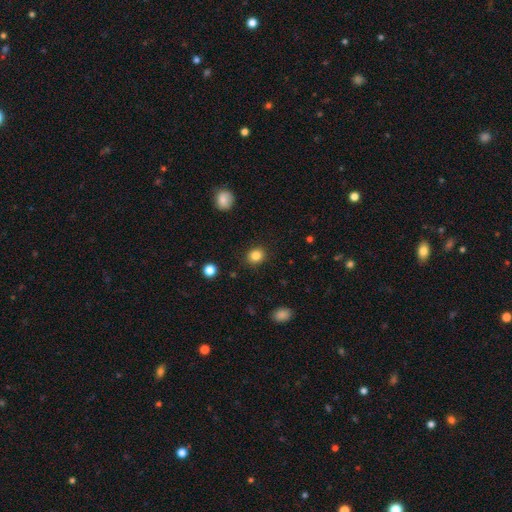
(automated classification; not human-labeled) The model was most divided on "how rounded": round: 75%, in between: 24%, cigar-shaped: 1%. More confident: merging — none (89%); smooth or featured — smooth (84%).